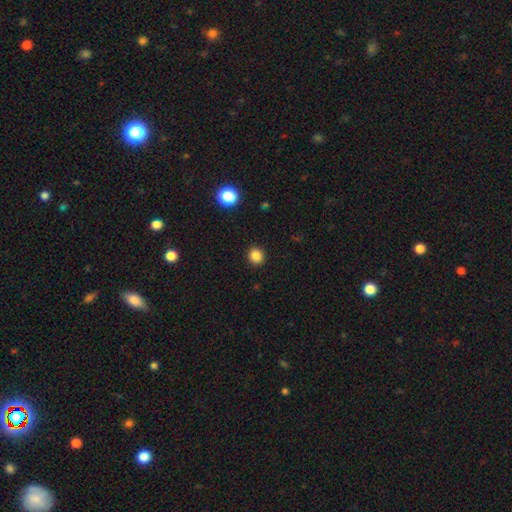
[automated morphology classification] Smooth or featured?
  - smooth: 85% *
  - star or artifact: 12%
  - featured or disk: 3%
How rounded?
  - round: 85% *
  - in between: 14%
  - cigar-shaped: 1%
Merging?
  - none: 92% *
  - minor disturbance: 6%
  - major disturbance: 2%
  - merger: 1%